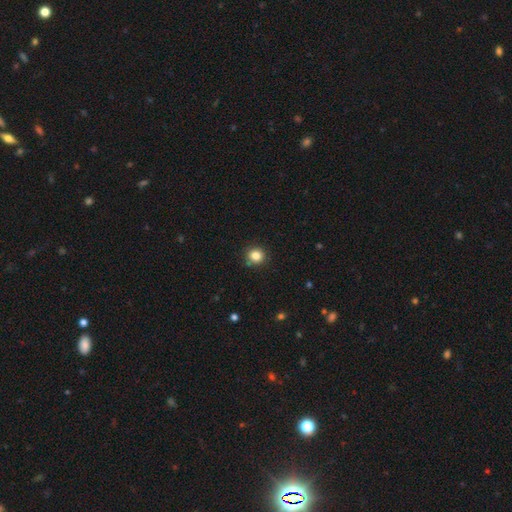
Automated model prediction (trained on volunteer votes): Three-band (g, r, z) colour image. It shows a smooth galaxy with no disk features (83%) that is round (90%). Merging: none (88%).